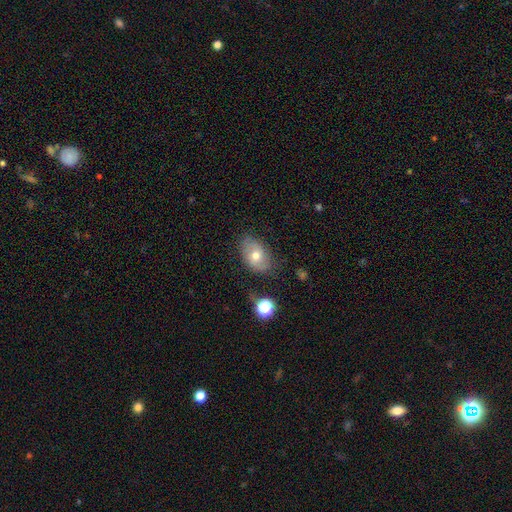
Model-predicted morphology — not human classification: Overall: smooth (63%; featured or disk 27%). How rounded: in between (83%). Merging: none (72%).